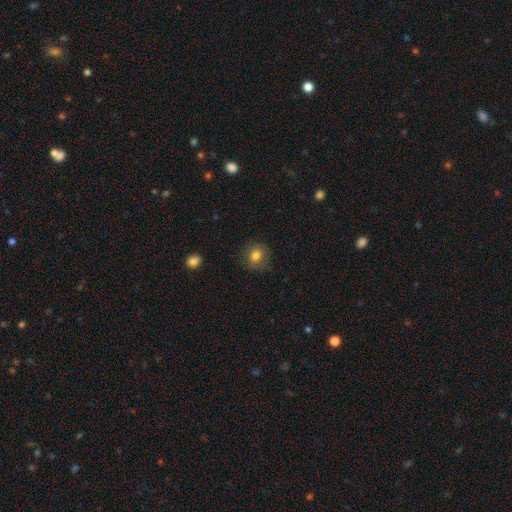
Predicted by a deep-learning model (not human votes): Smooth or featured: smooth — 79% (featured or disk — 10%)
How rounded: round — 80% (in between — 19%)
Merging: none — 82% (minor disturbance — 13%)